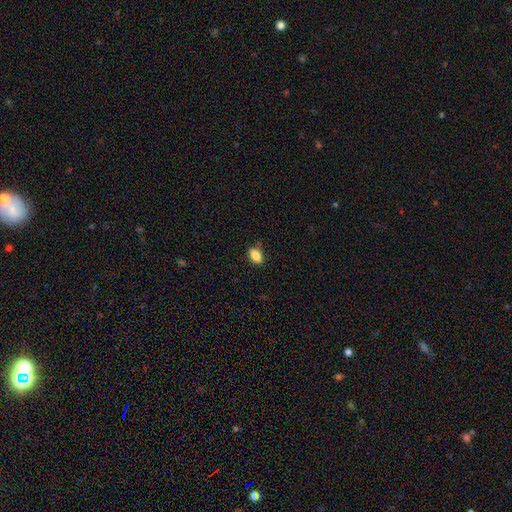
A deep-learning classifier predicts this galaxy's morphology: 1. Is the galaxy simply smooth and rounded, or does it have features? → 83% smooth, 9% star or artifact, 8% featured or disk.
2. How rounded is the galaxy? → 86% in between, 9% round, 4% cigar-shaped.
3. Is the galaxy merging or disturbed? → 76% none, 19% minor disturbance, 3% major disturbance, 2% merger.